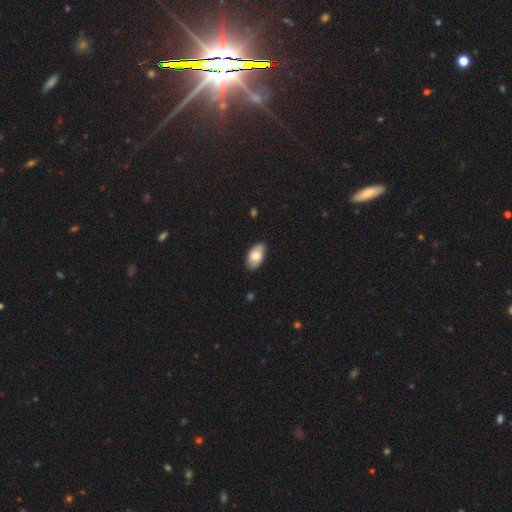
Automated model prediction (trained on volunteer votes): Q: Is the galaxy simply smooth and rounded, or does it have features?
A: smooth — 72%.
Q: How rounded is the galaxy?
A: in between — 95%.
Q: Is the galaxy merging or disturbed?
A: none — 78%.